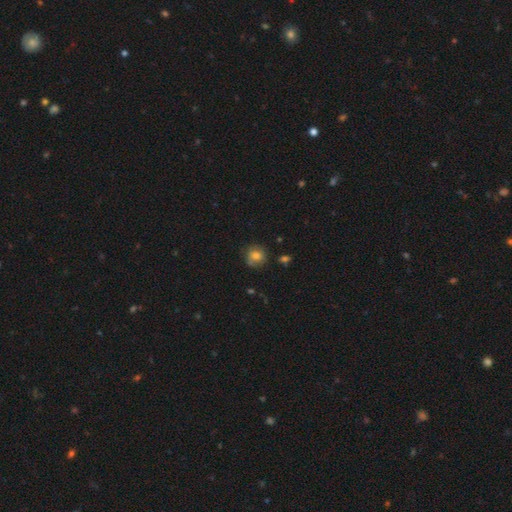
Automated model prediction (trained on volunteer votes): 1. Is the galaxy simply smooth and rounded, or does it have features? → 75% smooth, 14% featured or disk, 11% star or artifact.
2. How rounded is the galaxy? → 78% round, 21% in between, 1% cigar-shaped.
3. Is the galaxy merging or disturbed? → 66% none, 23% minor disturbance, 7% major disturbance, 4% merger.